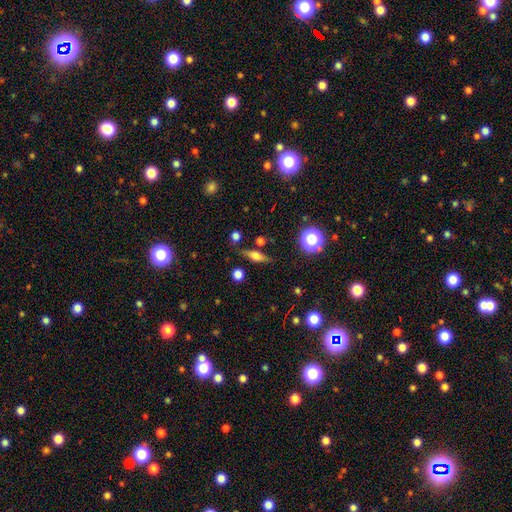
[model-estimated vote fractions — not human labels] Smooth or featured? smooth (48%)
Merging? none (77%)